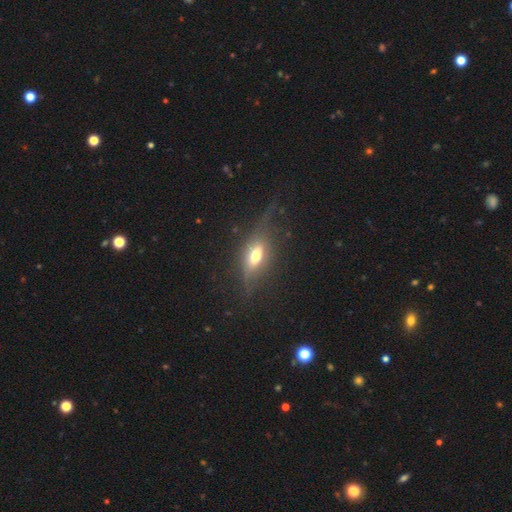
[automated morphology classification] This appears to be a featured or disk galaxy (45%, tied with smooth). Merging: none (59%).